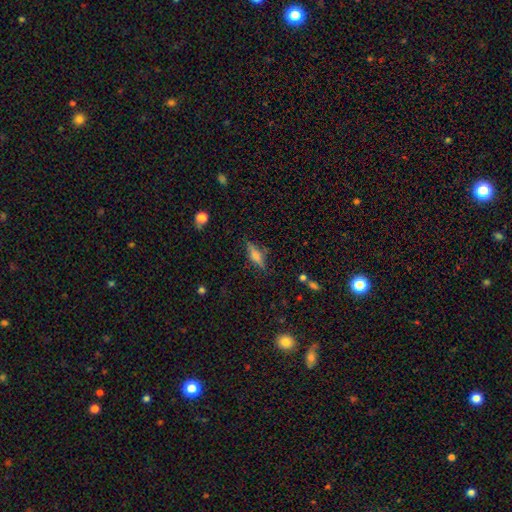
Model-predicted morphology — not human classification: Smooth or featured? featured or disk (45%)
Merging? none (82%)